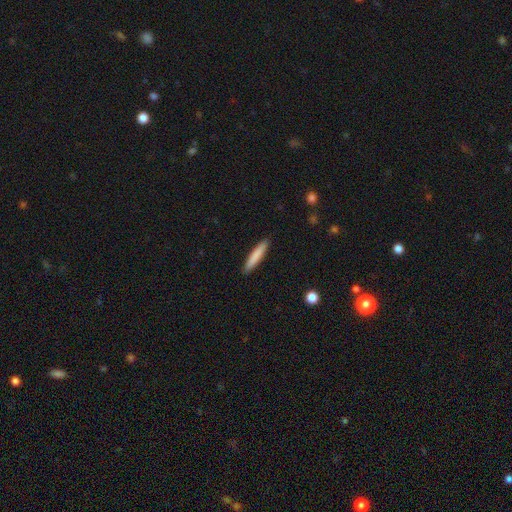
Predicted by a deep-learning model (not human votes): smooth-or-featured: smooth: 83% | featured or disk: 12% | star or artifact: 6%
  how-rounded: cigar-shaped: 91% | in between: 7% | round: 1%
  merging: none: 91% | minor disturbance: 6% | major disturbance: 1% | merger: 1%